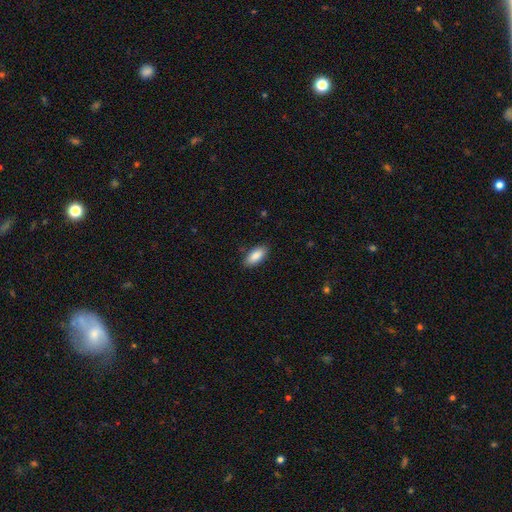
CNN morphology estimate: Smooth or featured? Predicted: smooth (p=0.89). How rounded? Predicted: in between (p=0.88). Merging? Predicted: none (p=0.87).